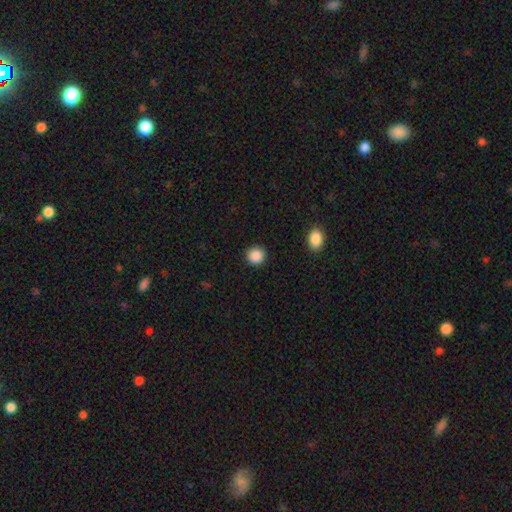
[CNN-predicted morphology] Q: Smooth or featured?
A: smooth (88%); runner-up: star or artifact (9%)
Q: How rounded?
A: round (93%); runner-up: in between (6%)
Q: Merging?
A: none (92%); runner-up: minor disturbance (5%)